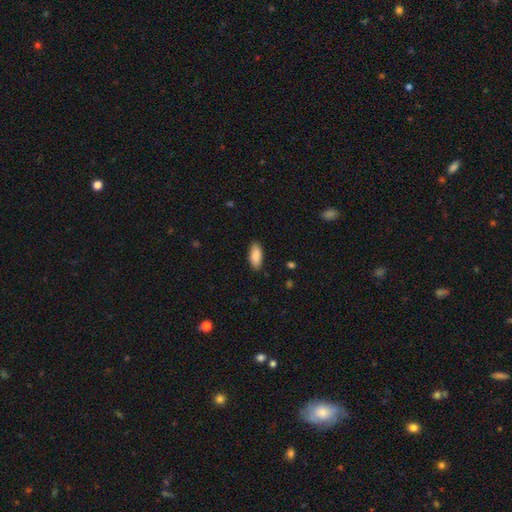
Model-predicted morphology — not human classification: Q: Smooth or featured?
A: smooth (90%); runner-up: star or artifact (6%)
Q: How rounded?
A: in between (85%); runner-up: cigar-shaped (13%)
Q: Merging?
A: none (87%); runner-up: minor disturbance (10%)